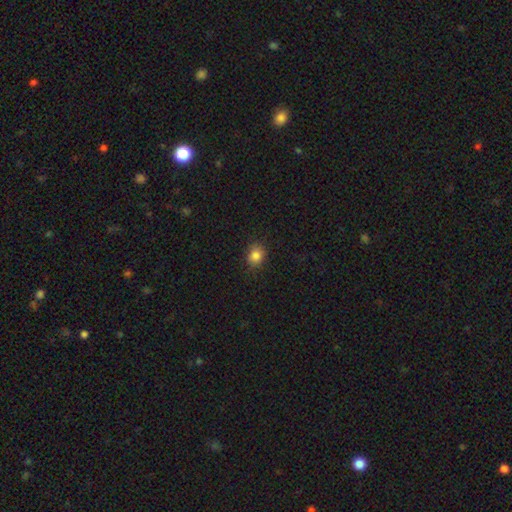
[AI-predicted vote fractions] This is clearly a smooth galaxy (84%). How rounded: likely round (63%). Merging: clearly none (86%).